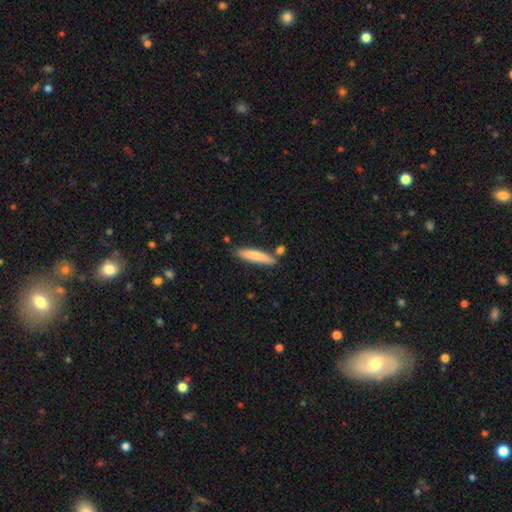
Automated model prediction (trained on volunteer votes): A smooth galaxy with no disk features (78%) that is cigar-shaped (84%). Merging: none (76%).